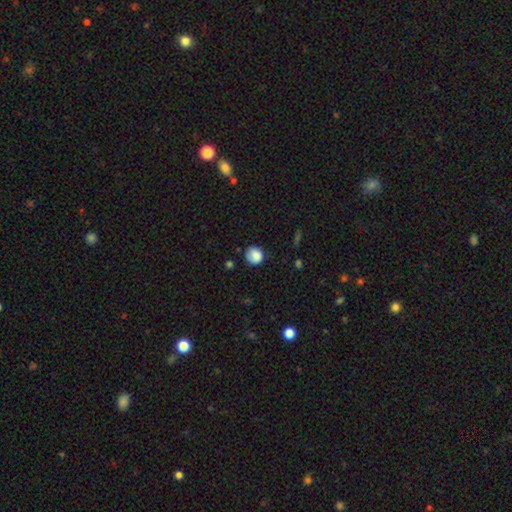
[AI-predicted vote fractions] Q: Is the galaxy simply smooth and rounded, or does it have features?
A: smooth — 85%.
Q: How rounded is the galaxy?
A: round — 86%.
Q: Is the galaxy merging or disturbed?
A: none — 72%.